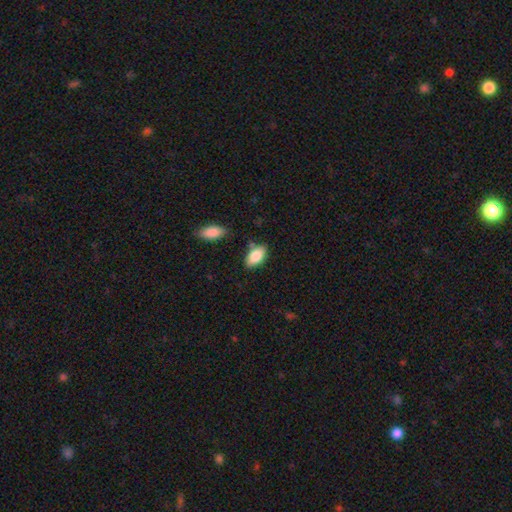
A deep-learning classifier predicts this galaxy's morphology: Smooth or featured? Predicted: smooth (p=0.85). How rounded? Predicted: in between (p=0.92). Merging? Predicted: none (p=0.73).